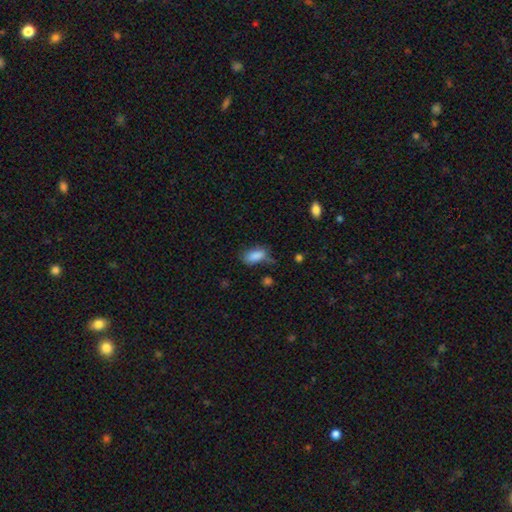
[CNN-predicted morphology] Q: Smooth or featured?
A: smooth (85%); runner-up: star or artifact (8%)
Q: How rounded?
A: in between (90%); runner-up: cigar-shaped (5%)
Q: Merging?
A: none (55%); runner-up: minor disturbance (30%)